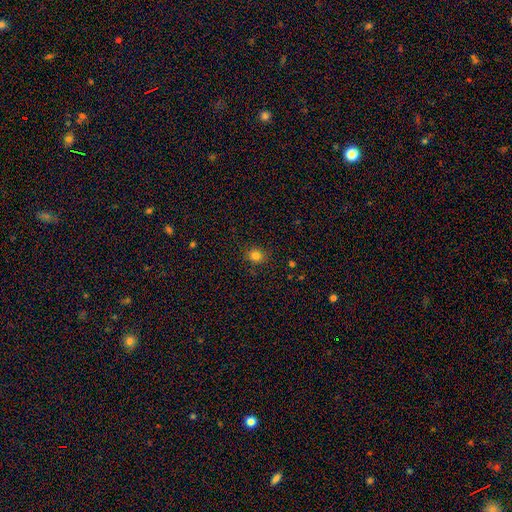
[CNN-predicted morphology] A smooth galaxy with no disk features (81%) that is round (78%).

Vote fractions:
- Smooth or featured? smooth: 81% / star or artifact: 13% / featured or disk: 5%
- How rounded? round: 78% / in between: 21% / cigar-shaped: 1%
- Merging? none: 87% / minor disturbance: 9% / major disturbance: 3% / merger: 1%